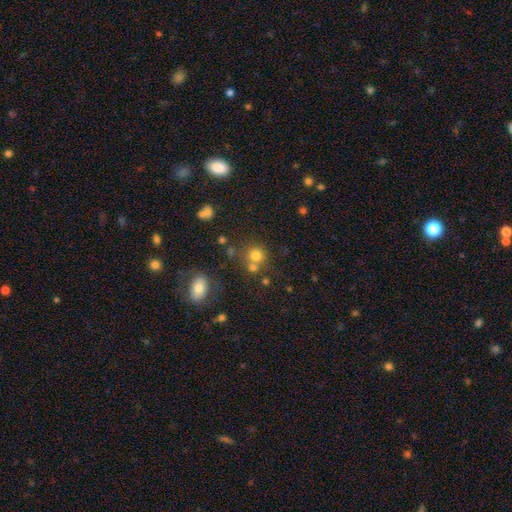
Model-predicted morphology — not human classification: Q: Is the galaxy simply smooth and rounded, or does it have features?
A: smooth — 74%.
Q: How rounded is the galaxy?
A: round — 87%.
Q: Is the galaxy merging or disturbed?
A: none — 59%.